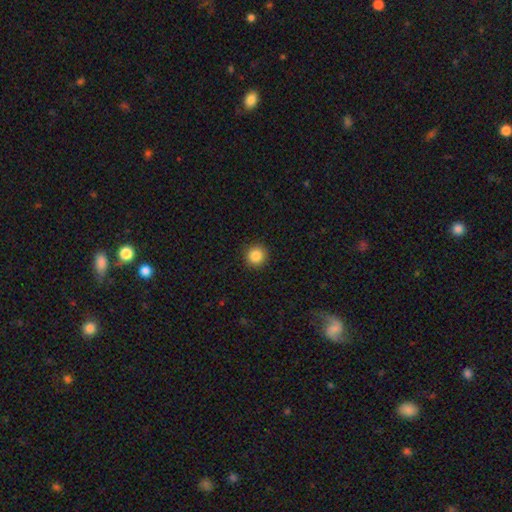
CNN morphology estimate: A smooth galaxy with no disk features (86%) that is round (94%).

Vote fractions:
- Smooth or featured? smooth: 86% / star or artifact: 10% / featured or disk: 4%
- How rounded? round: 94% / in between: 5% / cigar-shaped: 1%
- Merging? none: 92% / minor disturbance: 5% / major disturbance: 2% / merger: 1%